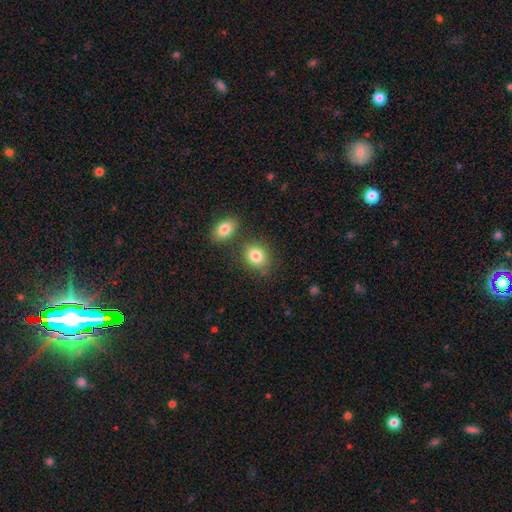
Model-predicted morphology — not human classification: smooth 84%, star or artifact 9%, featured or disk 8%. Down the decision tree: how rounded — in between (51%); merging — none (69%).